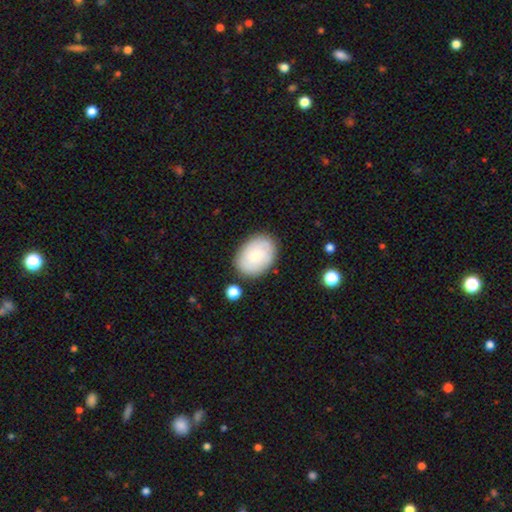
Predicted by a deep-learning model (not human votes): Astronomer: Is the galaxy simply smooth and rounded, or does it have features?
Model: smooth — 76%.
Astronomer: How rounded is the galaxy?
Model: in between — 80%.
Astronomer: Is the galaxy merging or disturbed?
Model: none — 81%.